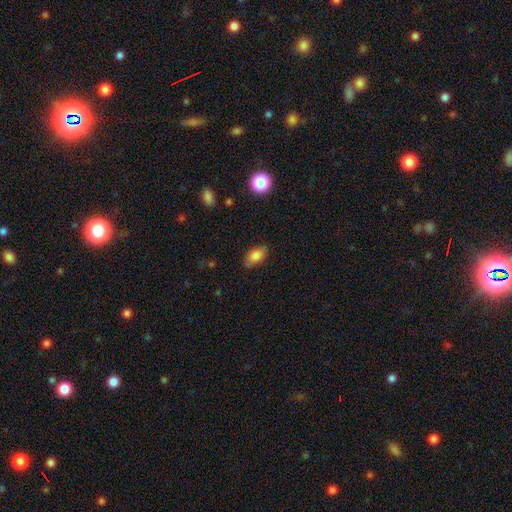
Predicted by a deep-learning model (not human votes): smooth_or_featured: smooth (p=0.82) [alt: featured or disk p=0.10]
how_rounded: in between (p=0.89) [alt: round p=0.07]
merging: none (p=0.80) [alt: minor disturbance p=0.16]